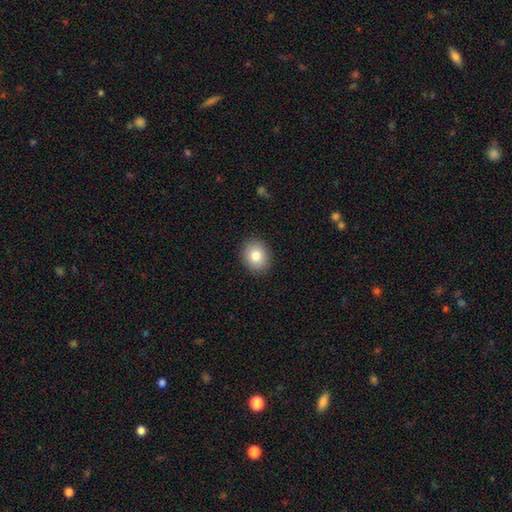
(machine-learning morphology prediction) Smooth or featured? Predicted: smooth (p=0.82). How rounded? Predicted: round (p=0.61). Merging? Predicted: none (p=0.90).